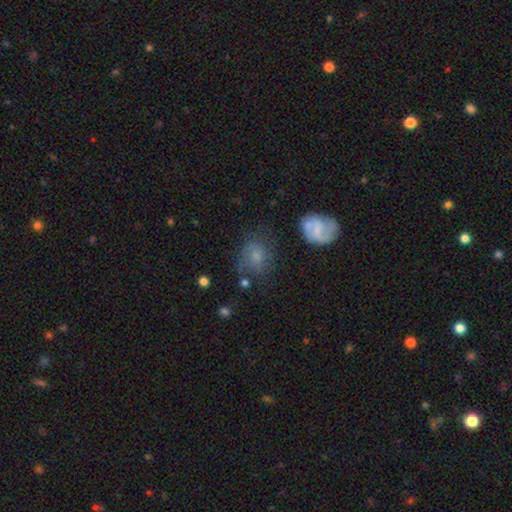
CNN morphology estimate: A smooth galaxy with no disk features (57%) that is round (50%). Merging: none (53%).